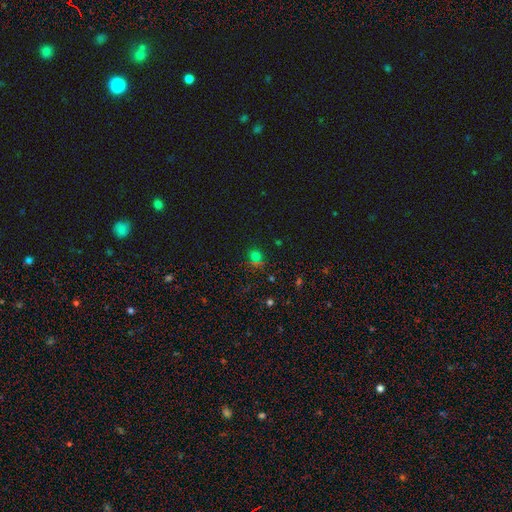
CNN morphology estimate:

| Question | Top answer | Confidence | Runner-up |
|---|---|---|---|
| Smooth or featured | smooth | 51% | star or artifact (42%) |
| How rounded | round | 82% | in between (17%) |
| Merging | none | 73% | minor disturbance (12%) |